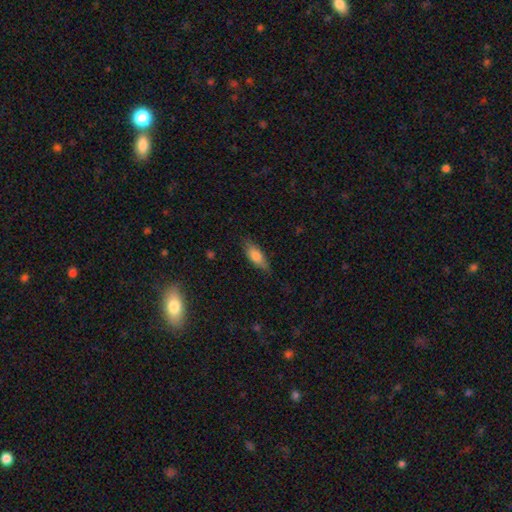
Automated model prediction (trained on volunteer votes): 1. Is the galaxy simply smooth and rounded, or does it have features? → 73% smooth, 20% featured or disk, 7% star or artifact.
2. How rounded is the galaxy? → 66% in between, 32% cigar-shaped, 3% round.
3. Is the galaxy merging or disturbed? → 75% none, 20% minor disturbance, 4% major disturbance, 1% merger.